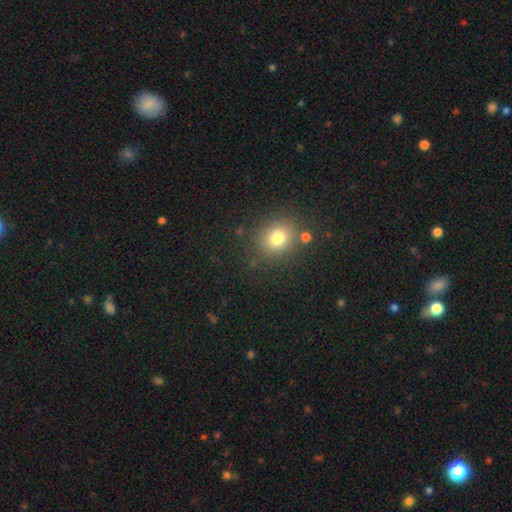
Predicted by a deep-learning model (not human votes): Smooth or featured: smooth — 60% (star or artifact — 33%)
How rounded: round — 83% (in between — 16%)
Merging: none — 85% (minor disturbance — 8%)